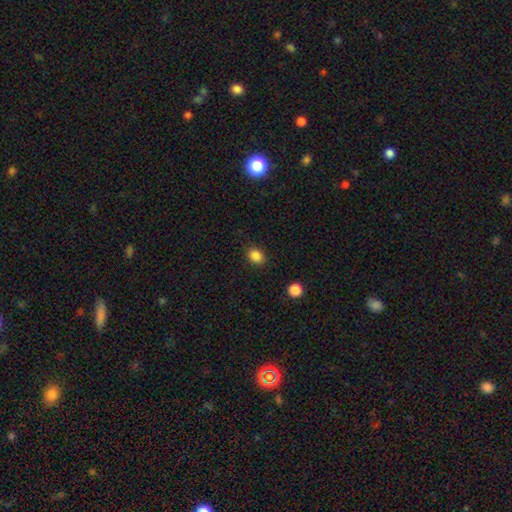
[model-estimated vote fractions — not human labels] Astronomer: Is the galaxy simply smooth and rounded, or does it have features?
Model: smooth — 86%.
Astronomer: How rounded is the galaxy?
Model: round — 55% (runner-up: in between, 44%).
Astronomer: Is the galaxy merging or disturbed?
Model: none — 88%.